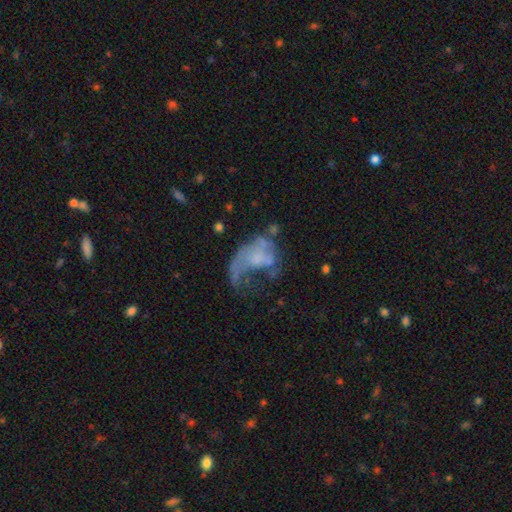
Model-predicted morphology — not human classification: Smooth or featured? featured or disk (60%)
Edge-on disk? no (97%)
Bar? no (81%)
Spiral arms? no (62%)
Bulge size? none (49%)
Merging? major disturbance (56%)